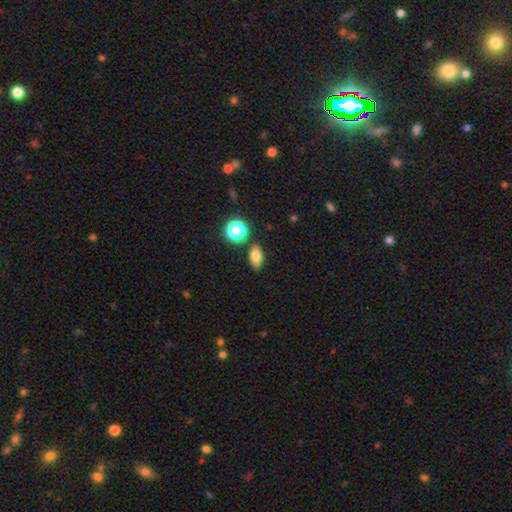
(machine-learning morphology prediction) Smooth or featured? smooth (74%)
How rounded? in between (81%)
Merging? none (82%)